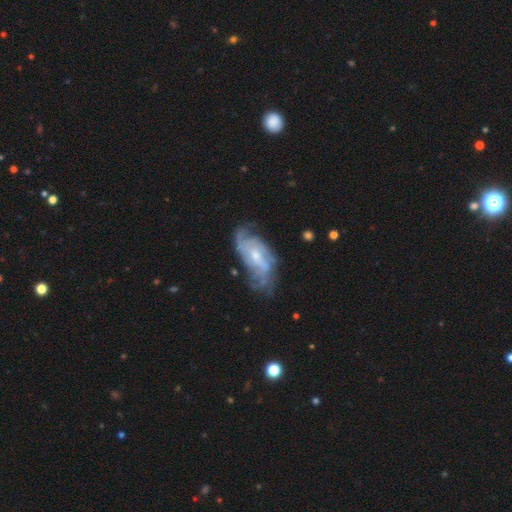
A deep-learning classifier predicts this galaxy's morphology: type=featured or disk (82%); edge-on=no (94%); bar=no (49%); spiral arms=yes (91%); winding=medium (41%); arm count=can't tell (38%); bulge=small (50%); merging=none (59%).